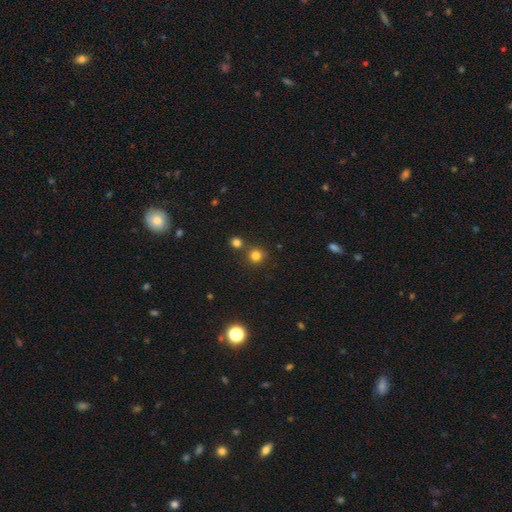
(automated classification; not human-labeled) smooth_or_featured: smooth (p=0.79) [alt: star or artifact p=0.16]
how_rounded: round (p=0.92) [alt: in between p=0.07]
merging: none (p=0.75) [alt: merger p=0.15]